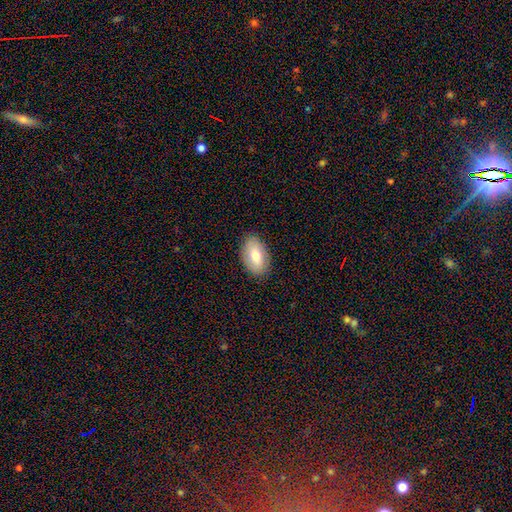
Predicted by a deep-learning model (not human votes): Morphology: type=smooth (71%); roundness=in between (93%); merging=none (86%).